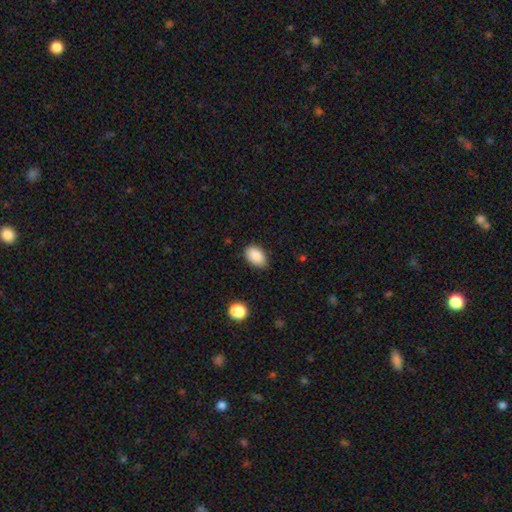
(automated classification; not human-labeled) Q: Smooth or featured?
A: smooth (88%); runner-up: star or artifact (8%)
Q: How rounded?
A: in between (88%); runner-up: round (10%)
Q: Merging?
A: none (81%); runner-up: minor disturbance (15%)